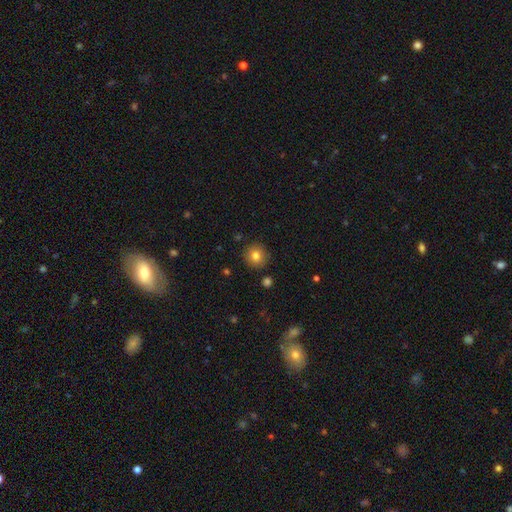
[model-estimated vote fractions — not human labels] A smooth galaxy with no disk features (81%) that is round (93%).

Vote fractions:
- Smooth or featured? smooth: 81% / star or artifact: 11% / featured or disk: 9%
- How rounded? round: 93% / in between: 6% / cigar-shaped: 1%
- Merging? none: 90% / minor disturbance: 7% / major disturbance: 2% / merger: 2%